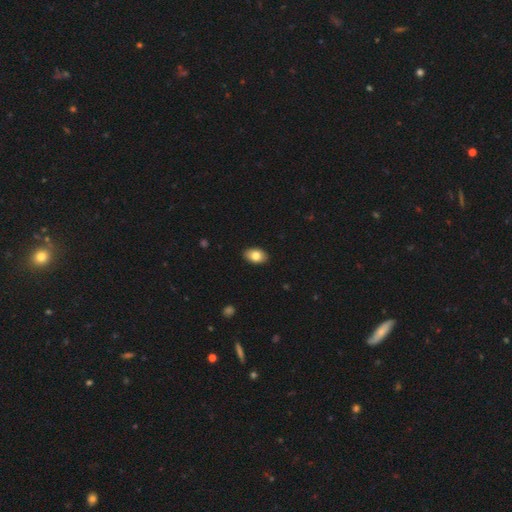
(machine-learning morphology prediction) Overall: smooth (81%). How rounded: in between (88%). Merging: none (89%).